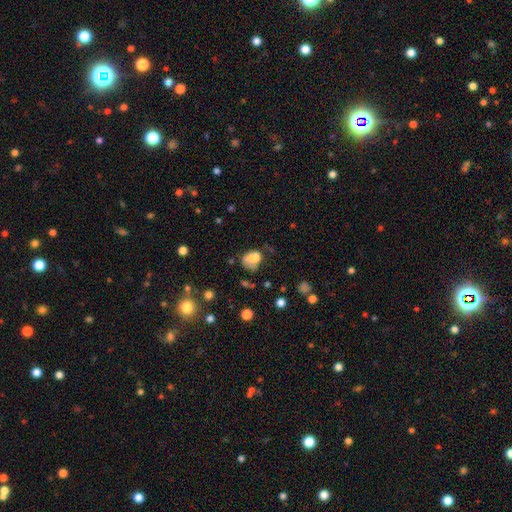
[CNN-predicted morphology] The model was most divided on "merging": none: 31%, minor disturbance: 30%, major disturbance: 28%, merger: 11%. More confident: smooth or featured — smooth (73%); how rounded — in between (69%).